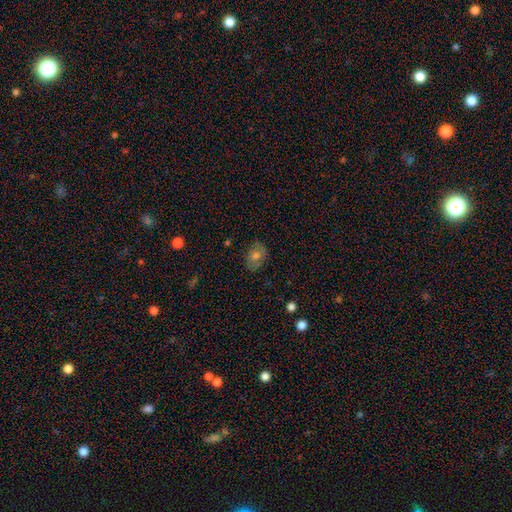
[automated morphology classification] Smooth or featured?
  - smooth: 56% *
  - featured or disk: 30%
  - star or artifact: 14%
How rounded?
  - in between: 68% *
  - round: 31%
  - cigar-shaped: 1%
Merging?
  - none: 79% *
  - minor disturbance: 15%
  - major disturbance: 4%
  - merger: 1%